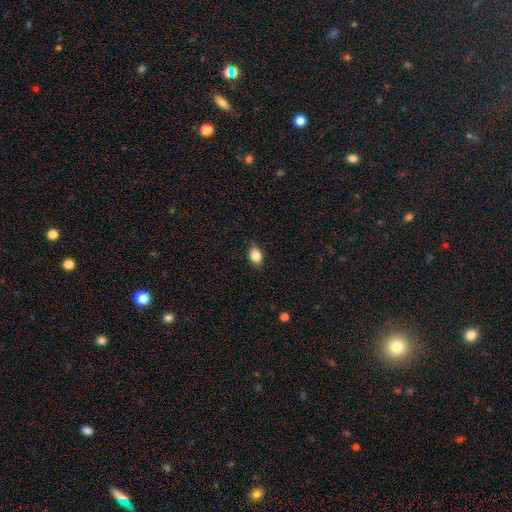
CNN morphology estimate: type=smooth (84%); roundness=in between (75%); merging=none (84%).